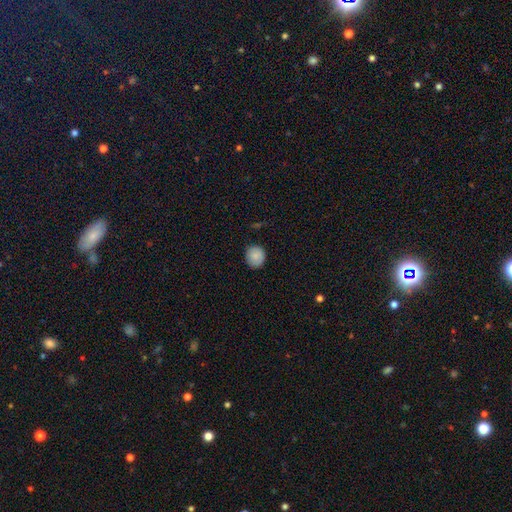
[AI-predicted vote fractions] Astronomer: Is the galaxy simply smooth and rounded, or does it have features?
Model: smooth — 86%.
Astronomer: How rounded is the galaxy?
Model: round — 86%.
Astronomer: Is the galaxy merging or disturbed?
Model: none — 85%.